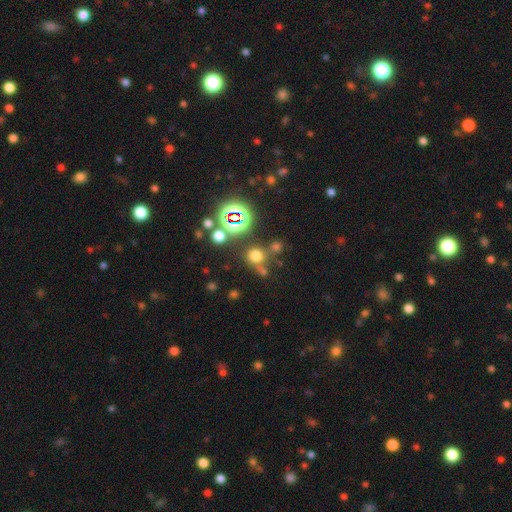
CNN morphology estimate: smooth-or-featured: smooth: 62% | star or artifact: 30% | featured or disk: 8%
  how-rounded: round: 88% | in between: 10% | cigar-shaped: 1%
  merging: none: 67% | merger: 16% | minor disturbance: 11% | major disturbance: 6%